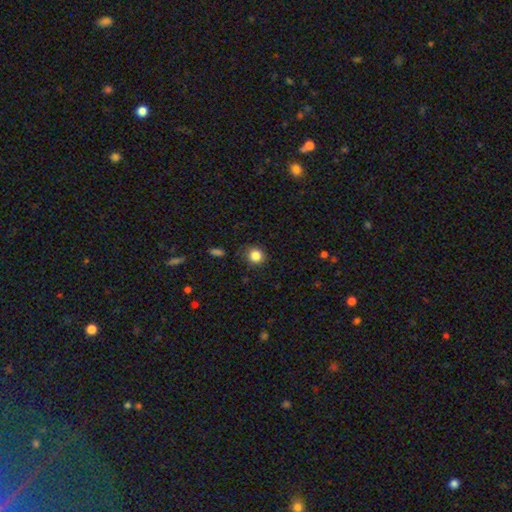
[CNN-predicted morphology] A smooth galaxy with no disk features (84%) that is round (86%).

Vote fractions:
- Smooth or featured? smooth: 84% / star or artifact: 11% / featured or disk: 5%
- How rounded? round: 86% / in between: 13% / cigar-shaped: 1%
- Merging? none: 83% / minor disturbance: 13% / major disturbance: 3% / merger: 1%